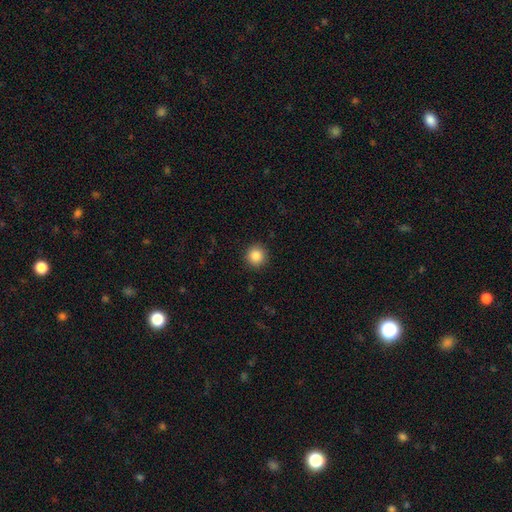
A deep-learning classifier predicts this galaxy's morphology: Q: Smooth or featured?
A: smooth (86%); runner-up: star or artifact (10%)
Q: How rounded?
A: round (95%); runner-up: in between (5%)
Q: Merging?
A: none (92%); runner-up: minor disturbance (5%)